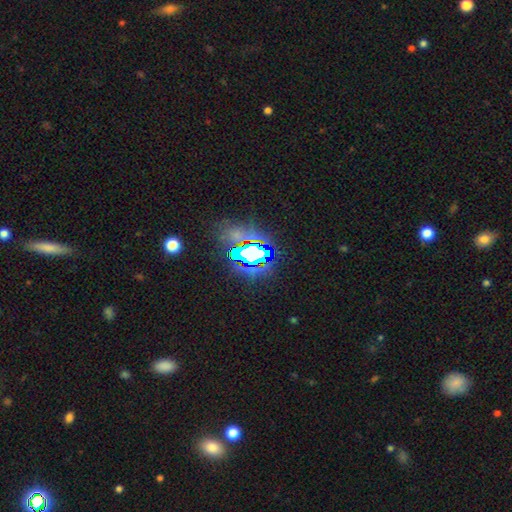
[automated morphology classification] smooth_or_featured: star or artifact (p=0.77) [alt: smooth p=0.14]